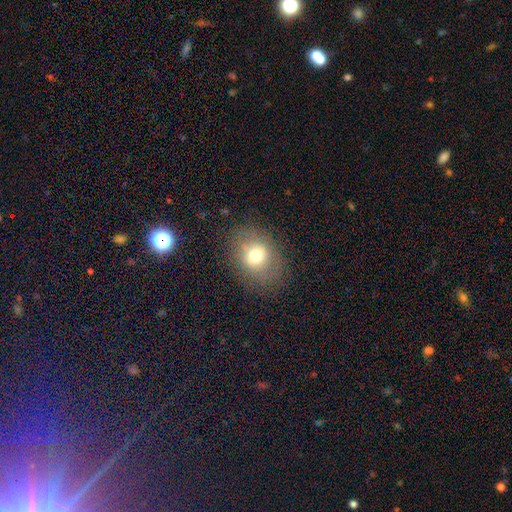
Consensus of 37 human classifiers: smooth_or_featured: smooth (p=0.89) [alt: featured or disk p=0.08]
how_rounded: in between (p=0.55) [alt: round p=0.45]
merging: none (p=0.86) [alt: major disturbance p=0.11]